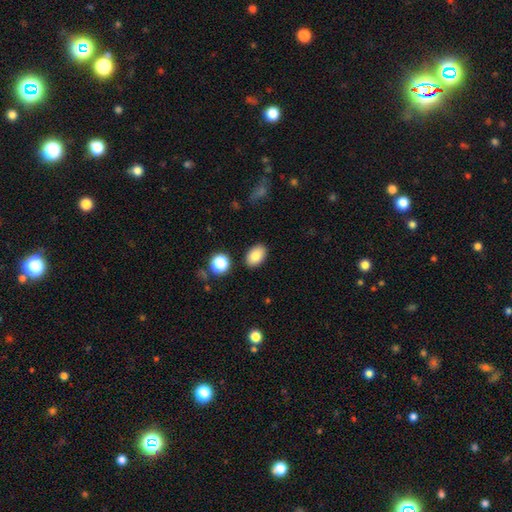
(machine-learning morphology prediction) Smooth or featured?
  - smooth: 85% *
  - star or artifact: 9%
  - featured or disk: 7%
How rounded?
  - in between: 86% *
  - round: 13%
  - cigar-shaped: 1%
Merging?
  - none: 87% *
  - minor disturbance: 9%
  - merger: 2%
  - major disturbance: 2%